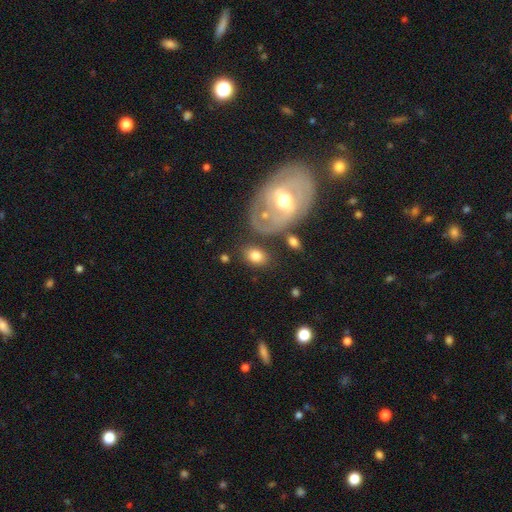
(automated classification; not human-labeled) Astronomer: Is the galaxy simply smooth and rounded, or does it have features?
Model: smooth — 74%.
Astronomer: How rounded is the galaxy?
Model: in between — 74%.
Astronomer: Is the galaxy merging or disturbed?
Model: none — 65%.